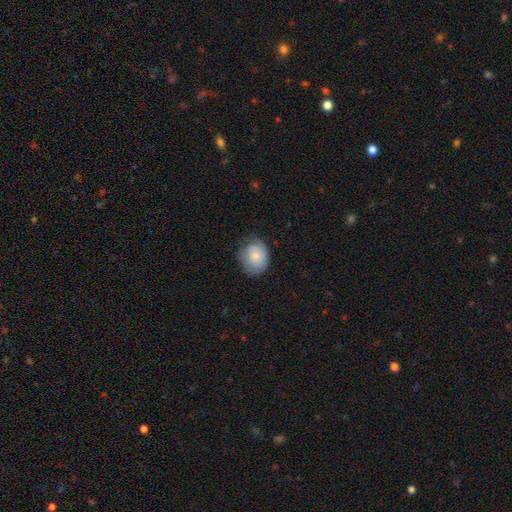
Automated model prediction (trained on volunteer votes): Smooth or featured? Predicted: smooth (p=0.74). How rounded? Predicted: round (p=0.59). Merging? Predicted: none (p=0.63).